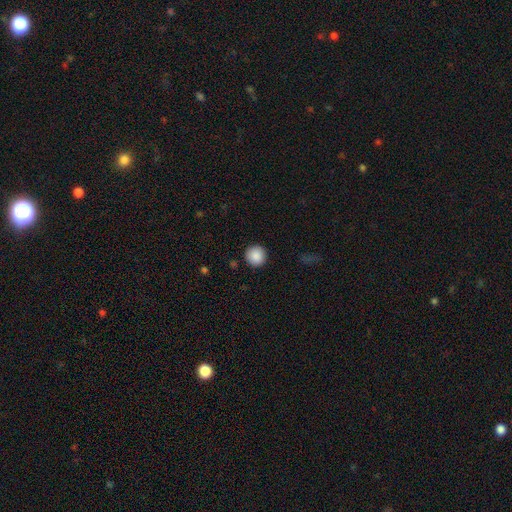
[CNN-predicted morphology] smooth_or_featured: smooth (p=0.89) [alt: star or artifact p=0.08]
how_rounded: round (p=0.95) [alt: in between p=0.04]
merging: none (p=0.92) [alt: minor disturbance p=0.05]